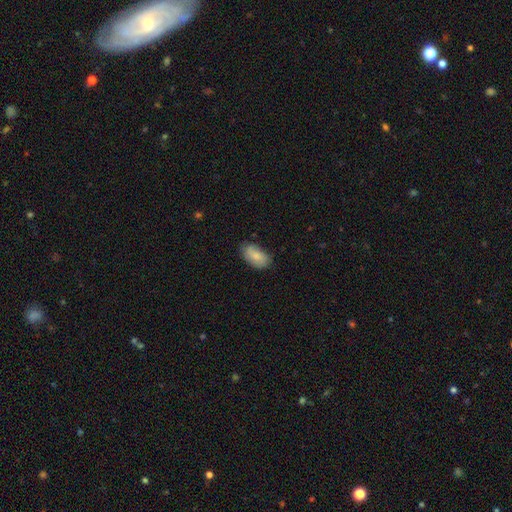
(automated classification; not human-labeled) This appears to be a smooth galaxy with no disk features (77%) that is in between round and cigar-shaped (93%). Merging: none (68%).